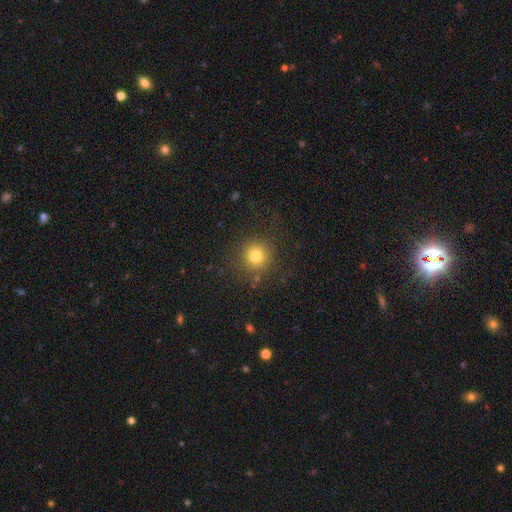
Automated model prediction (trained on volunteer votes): Smooth or featured: smooth — 78% (star or artifact — 14%)
How rounded: round — 94% (in between — 5%)
Merging: none — 86% (minor disturbance — 8%)